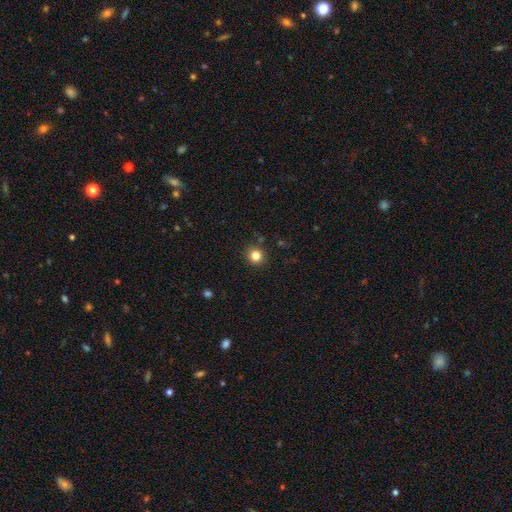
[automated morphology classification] Smooth or featured?
  - smooth: 83% *
  - star or artifact: 12%
  - featured or disk: 5%
How rounded?
  - round: 92% *
  - in between: 7%
  - cigar-shaped: 1%
Merging?
  - none: 90% *
  - minor disturbance: 7%
  - major disturbance: 2%
  - merger: 2%